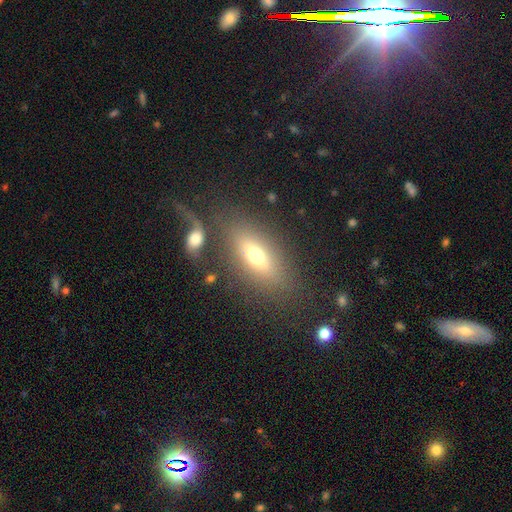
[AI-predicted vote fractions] A smooth galaxy with no disk features (58%) that is in between round and cigar-shaped (76%). Merging: none (68%).